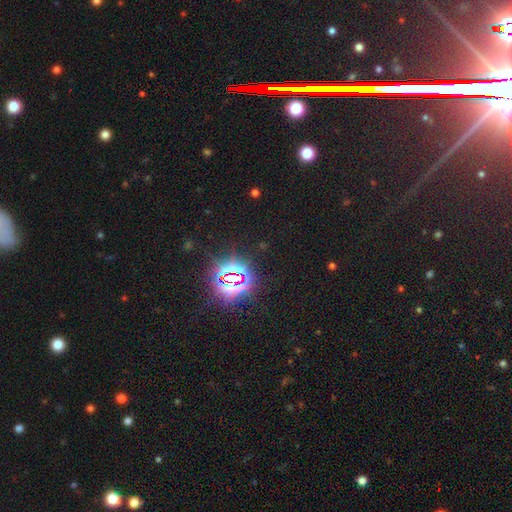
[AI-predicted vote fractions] Smooth or featured? star or artifact (79%)